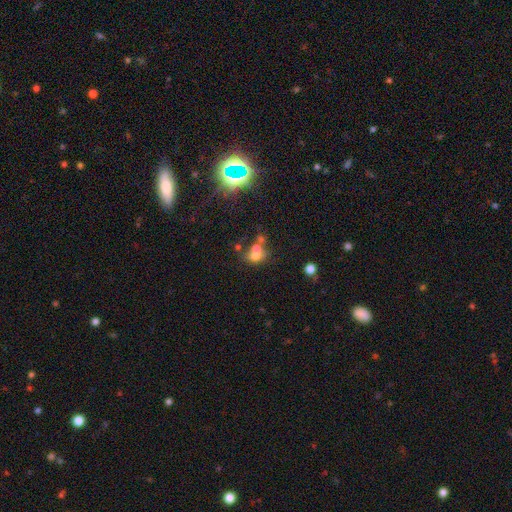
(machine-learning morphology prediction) A smooth galaxy with no disk features (58%) that is round (53%). Merging: merger (56%).